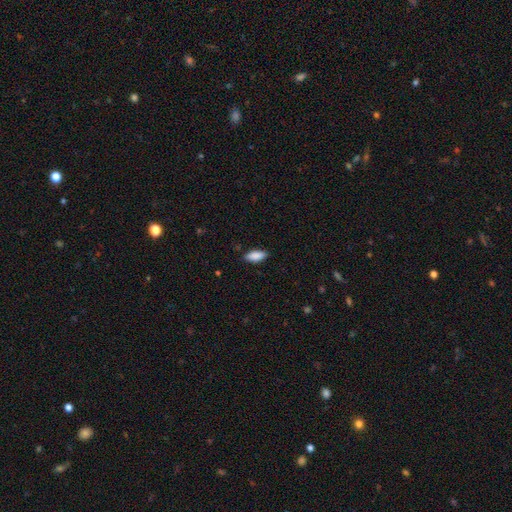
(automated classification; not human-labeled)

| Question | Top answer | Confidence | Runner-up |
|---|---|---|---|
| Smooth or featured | smooth | 88% | featured or disk (6%) |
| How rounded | in between | 79% | cigar-shaped (19%) |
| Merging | none | 86% | minor disturbance (11%) |